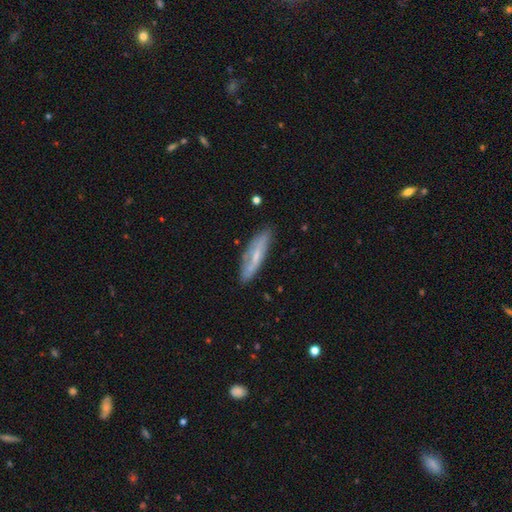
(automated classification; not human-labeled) The model was most divided on "smooth or featured": featured or disk: 48%, smooth: 44%, star or artifact: 7%. More confident: merging — none (76%).